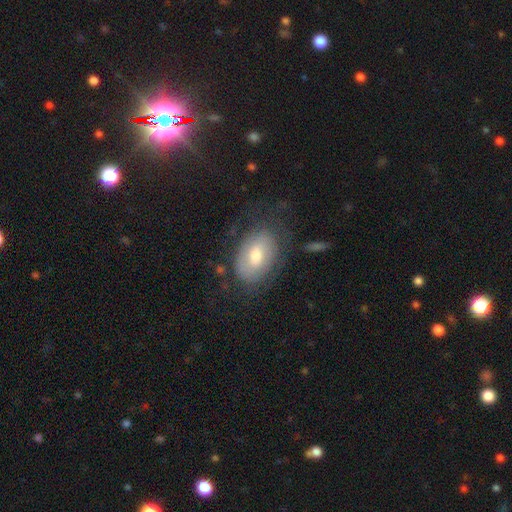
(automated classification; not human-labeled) smooth 52%, featured or disk 41%, star or artifact 8%. Down the decision tree: how rounded — in between (88%); merging — none (65%).